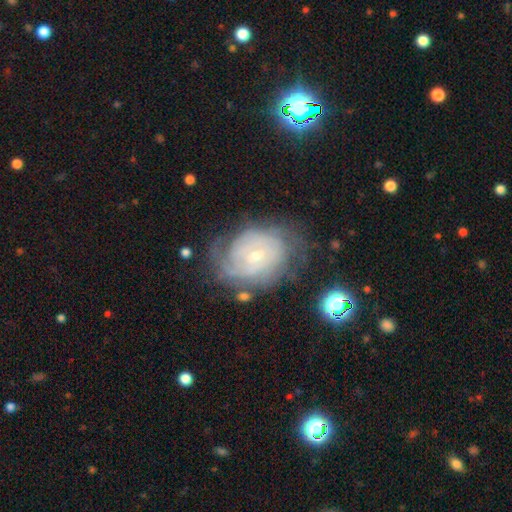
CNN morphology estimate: featured or disk 80%, smooth 12%, star or artifact 7%. Down the decision tree: edge-on disk — no (97%); bar — no (57%); spiral arms — yes (91%); spiral arm count — can't tell (49%); spiral winding — tight (72%); bulge size — small (70%); merging — none (63%).